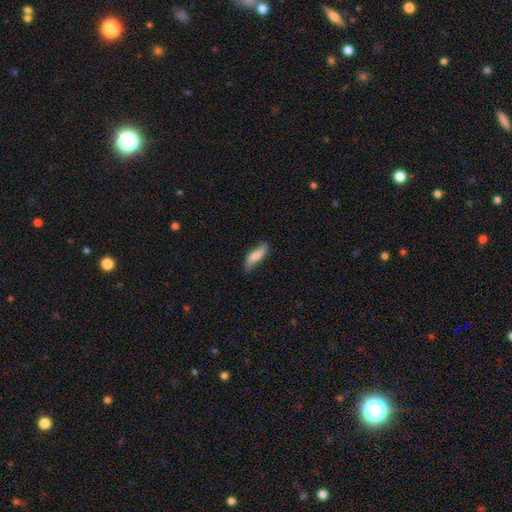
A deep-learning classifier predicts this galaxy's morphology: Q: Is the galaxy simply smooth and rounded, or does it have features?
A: smooth — 58%.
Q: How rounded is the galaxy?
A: in between — 54%.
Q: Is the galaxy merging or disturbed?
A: none — 73%.